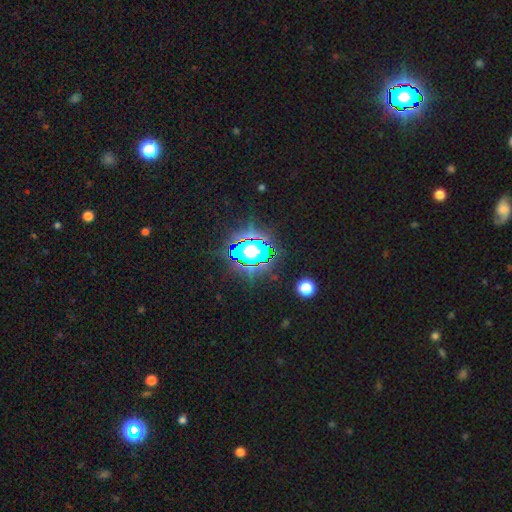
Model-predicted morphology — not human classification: A star or artifact, not a galaxy (59%).